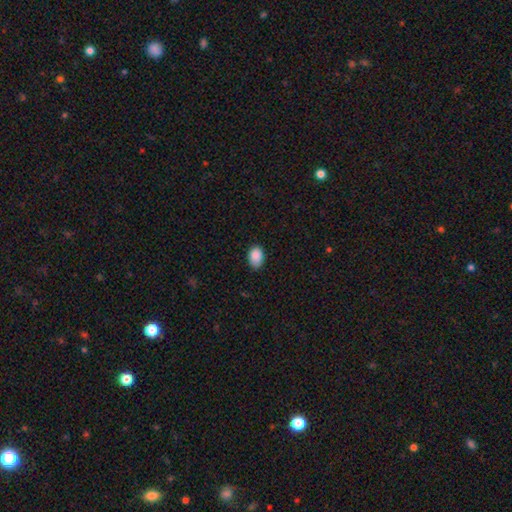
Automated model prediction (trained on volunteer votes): Smooth or featured? Predicted: smooth (p=0.89). How rounded? Predicted: in between (p=0.83). Merging? Predicted: none (p=0.73).